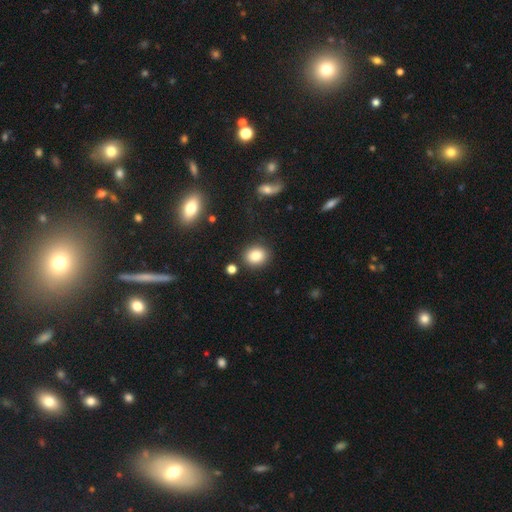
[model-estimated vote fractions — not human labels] This appears to be a smooth galaxy with no disk features (84%) that is round (66%). Merging: none (85%).